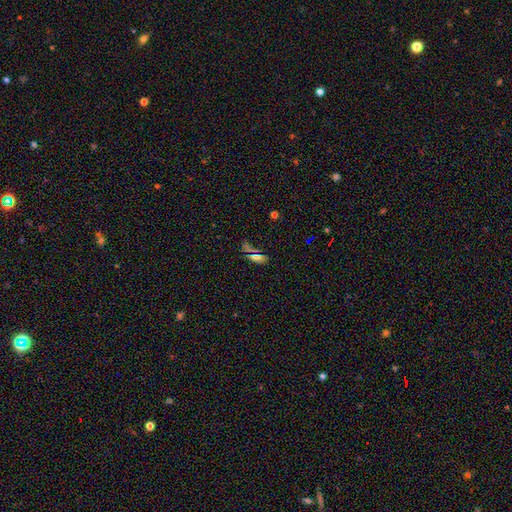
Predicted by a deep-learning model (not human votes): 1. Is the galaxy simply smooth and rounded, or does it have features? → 55% smooth, 32% star or artifact, 13% featured or disk.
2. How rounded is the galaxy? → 75% in between, 17% cigar-shaped, 8% round.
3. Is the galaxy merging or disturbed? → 70% none, 17% minor disturbance, 8% major disturbance, 6% merger.